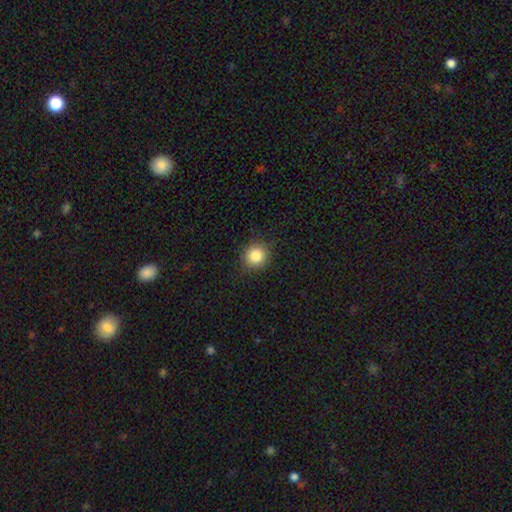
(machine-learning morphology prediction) Smooth or featured?
  - smooth: 84% *
  - star or artifact: 10%
  - featured or disk: 5%
How rounded?
  - round: 90% *
  - in between: 10%
  - cigar-shaped: 1%
Merging?
  - none: 88% *
  - minor disturbance: 9%
  - major disturbance: 2%
  - merger: 1%